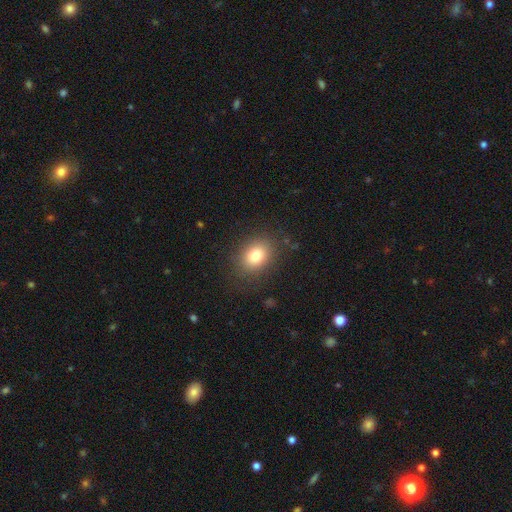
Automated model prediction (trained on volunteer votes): Q: Smooth or featured?
A: smooth (79%); runner-up: star or artifact (11%)
Q: How rounded?
A: in between (59%); runner-up: round (40%)
Q: Merging?
A: none (84%); runner-up: minor disturbance (10%)